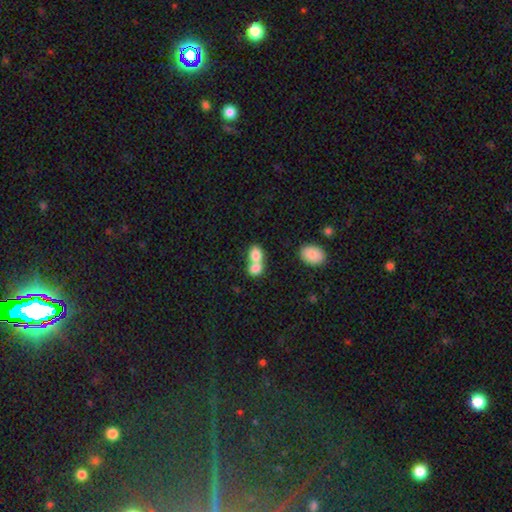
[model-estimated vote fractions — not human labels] Smooth or featured? Predicted: smooth (p=0.78). How rounded? Predicted: in between (p=0.59). Merging? Predicted: merger (p=0.72).